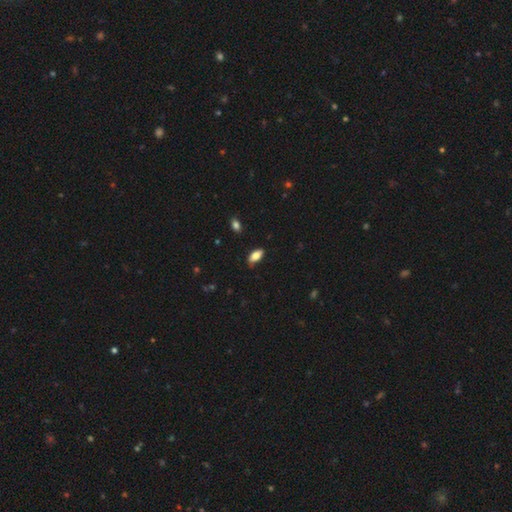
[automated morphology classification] Overall: smooth (80%). How rounded: in between (89%). Merging: none (81%).